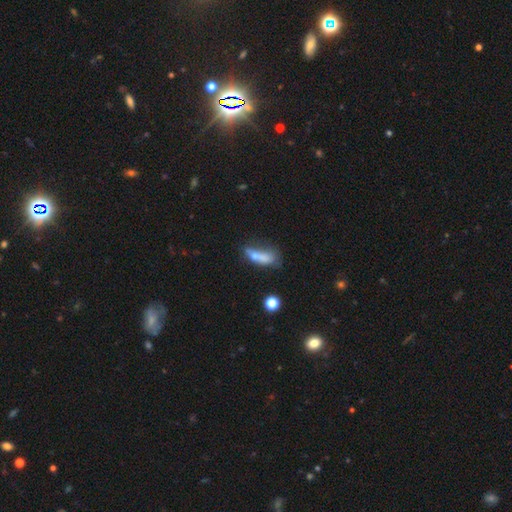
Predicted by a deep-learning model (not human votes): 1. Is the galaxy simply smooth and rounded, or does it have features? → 61% smooth, 25% featured or disk, 14% star or artifact.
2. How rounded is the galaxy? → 48% in between, 47% cigar-shaped, 5% round.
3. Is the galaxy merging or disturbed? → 36% none, 23% minor disturbance, 21% merger, 20% major disturbance.